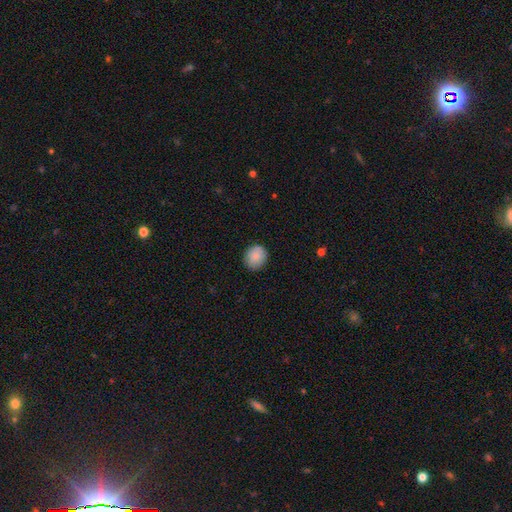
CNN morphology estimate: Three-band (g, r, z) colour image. It shows a smooth galaxy with no disk features (87%) that is round (73%). Merging: none (87%).